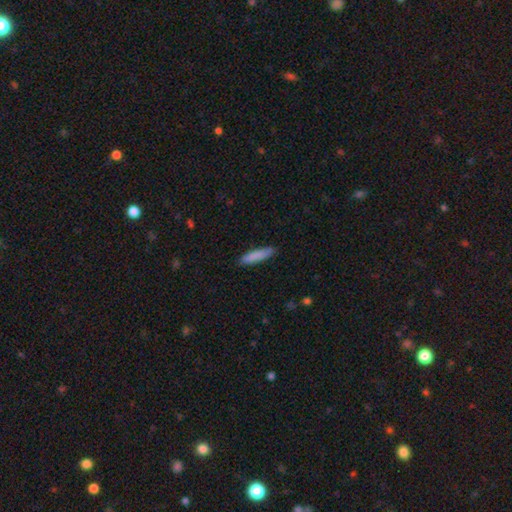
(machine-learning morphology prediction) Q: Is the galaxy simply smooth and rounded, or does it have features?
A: smooth — 86%.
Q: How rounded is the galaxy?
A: cigar-shaped — 80%.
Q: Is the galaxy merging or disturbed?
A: none — 87%.